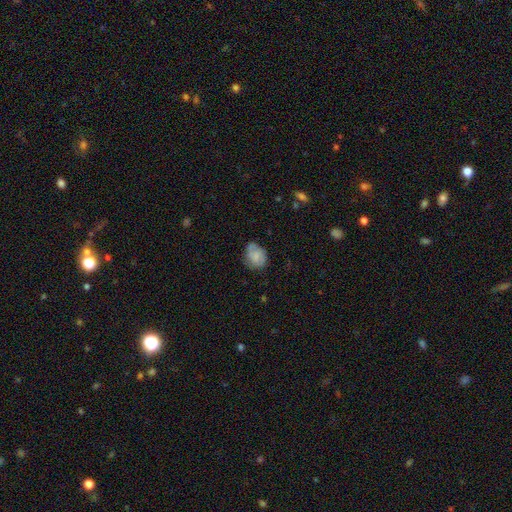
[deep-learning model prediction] Morphology: type=smooth (62%); roundness=in between (63%); merging=none (58%).